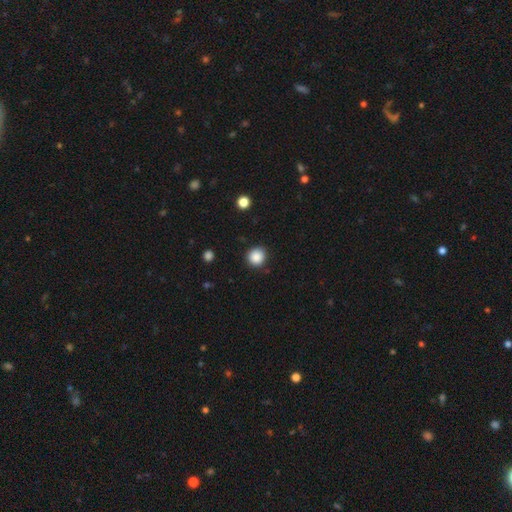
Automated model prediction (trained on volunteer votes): Smooth or featured? smooth (87%)
How rounded? round (90%)
Merging? none (89%)